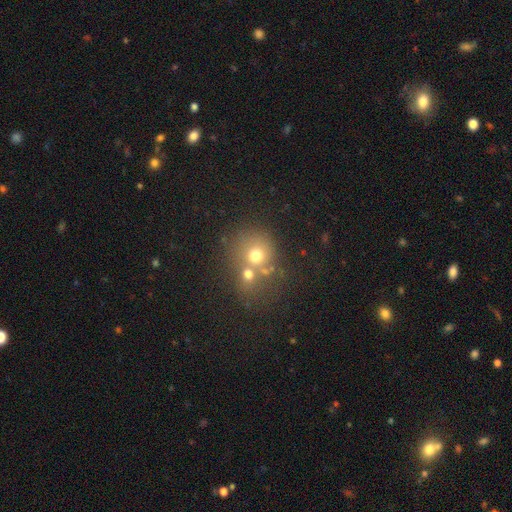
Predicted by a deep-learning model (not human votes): The model was most divided on "merging": none: 44%, merger: 42%, minor disturbance: 9%, major disturbance: 5%. More confident: how rounded — round (82%); smooth or featured — smooth (65%).